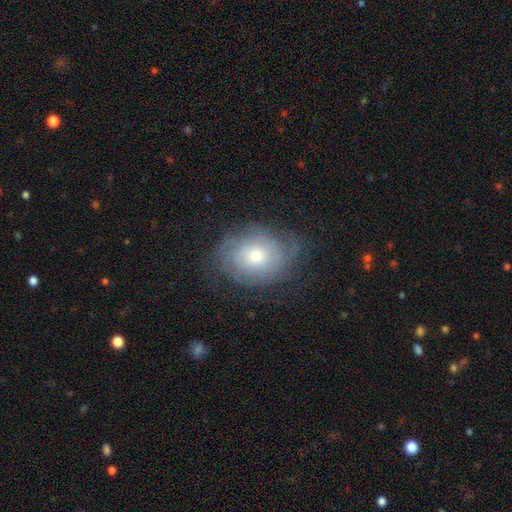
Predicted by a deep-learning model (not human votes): smooth-or-featured: featured or disk: 56% | smooth: 36% | star or artifact: 9%
  disk-edge-on: no: 96% | yes: 4%
    bar: no: 83% | weak: 14% | strong: 2%
    has-spiral-arms: yes: 81% | no: 19%
    bulge-size: moderate: 59% | small: 29% | large: 9% | dominant: 2% | none: 2%
  merging: none: 64% | minor disturbance: 23% | major disturbance: 11% | merger: 1%